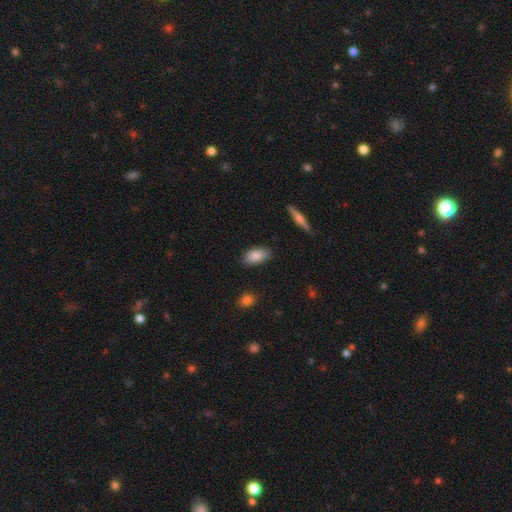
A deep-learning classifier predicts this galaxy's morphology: A smooth galaxy with no disk features (86%) that is in between round and cigar-shaped (91%). Merging: none (79%).